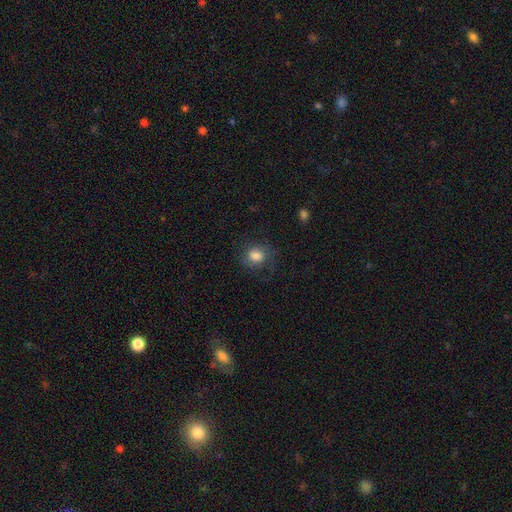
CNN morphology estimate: A smooth galaxy with no disk features (74%) that is round (56%).

Vote fractions:
- Smooth or featured? smooth: 74% / featured or disk: 17% / star or artifact: 9%
- How rounded? round: 56% / in between: 42% / cigar-shaped: 1%
- Merging? none: 64% / minor disturbance: 21% / major disturbance: 13% / merger: 1%